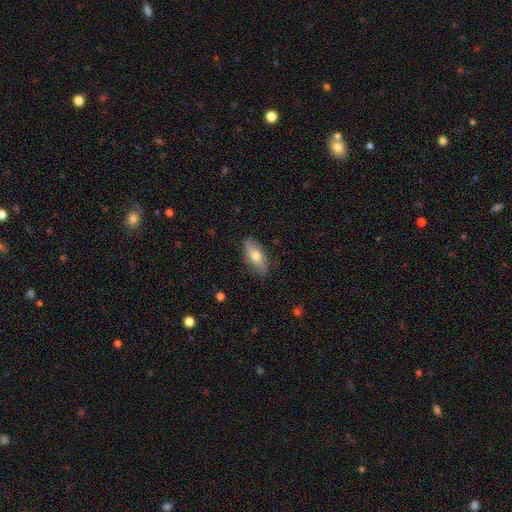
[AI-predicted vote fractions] Smooth or featured?
  - smooth: 69% *
  - featured or disk: 25%
  - star or artifact: 6%
How rounded?
  - in between: 81% *
  - cigar-shaped: 16%
  - round: 3%
Merging?
  - none: 82% *
  - minor disturbance: 14%
  - major disturbance: 3%
  - merger: 1%